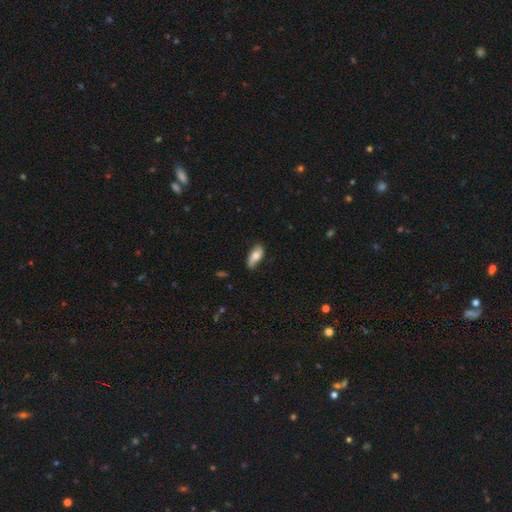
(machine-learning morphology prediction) Smooth or featured? smooth (55%)
How rounded? in between (83%)
Merging? none (67%)